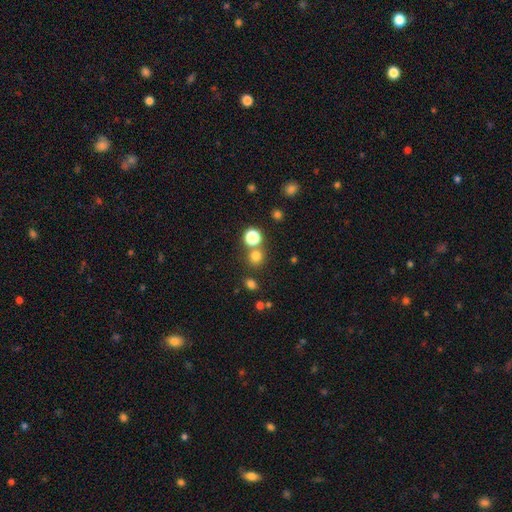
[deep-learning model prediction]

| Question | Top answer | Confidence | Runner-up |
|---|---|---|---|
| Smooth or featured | smooth | 74% | star or artifact (20%) |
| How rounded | round | 86% | in between (13%) |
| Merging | none | 72% | merger (17%) |